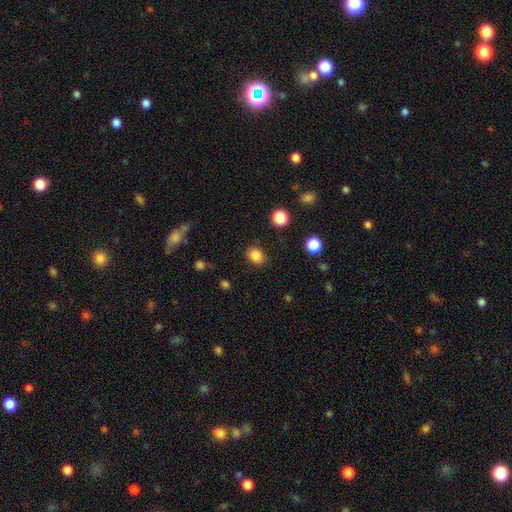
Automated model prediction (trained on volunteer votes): Smooth or featured? smooth (84%)
How rounded? round (51%)
Merging? none (85%)